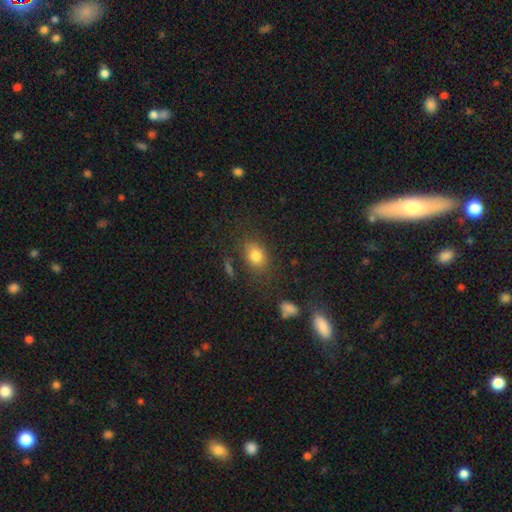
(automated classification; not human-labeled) Q: Smooth or featured?
A: smooth (79%); runner-up: star or artifact (12%)
Q: How rounded?
A: in between (65%); runner-up: round (34%)
Q: Merging?
A: none (77%); runner-up: minor disturbance (14%)